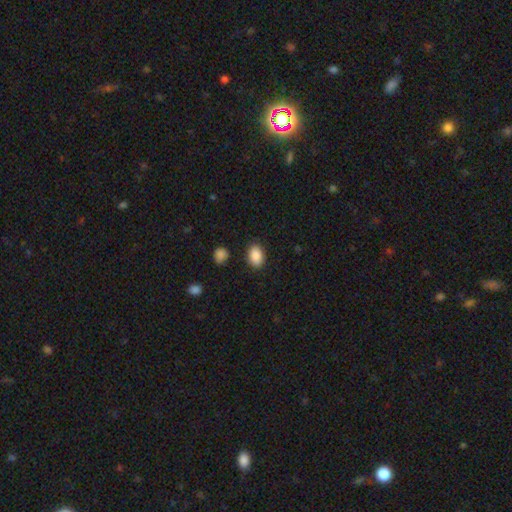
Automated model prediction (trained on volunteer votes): Smooth or featured: smooth — 89% (star or artifact — 8%)
How rounded: in between — 82% (round — 17%)
Merging: none — 86% (minor disturbance — 10%)